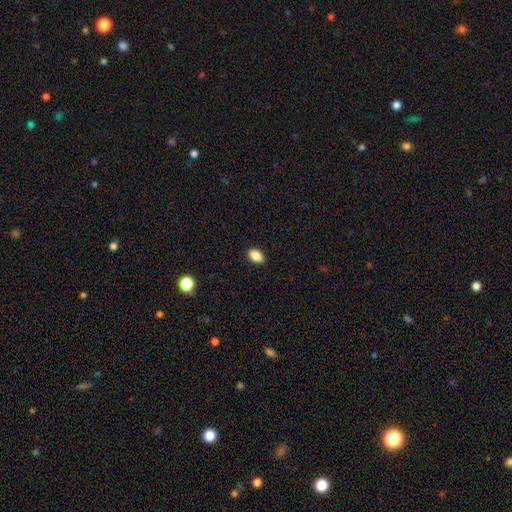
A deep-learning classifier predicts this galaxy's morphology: smooth-or-featured: smooth: 87% | star or artifact: 8% | featured or disk: 5%
  how-rounded: in between: 90% | round: 7% | cigar-shaped: 3%
  merging: none: 90% | minor disturbance: 7% | major disturbance: 2% | merger: 1%